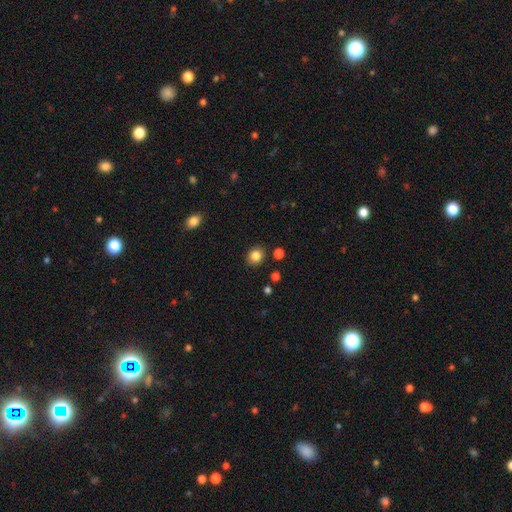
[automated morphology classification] smooth-or-featured: smooth: 84% | star or artifact: 11% | featured or disk: 5%
  how-rounded: round: 75% | in between: 25% | cigar-shaped: 1%
  merging: none: 87% | minor disturbance: 8% | merger: 3% | major disturbance: 2%